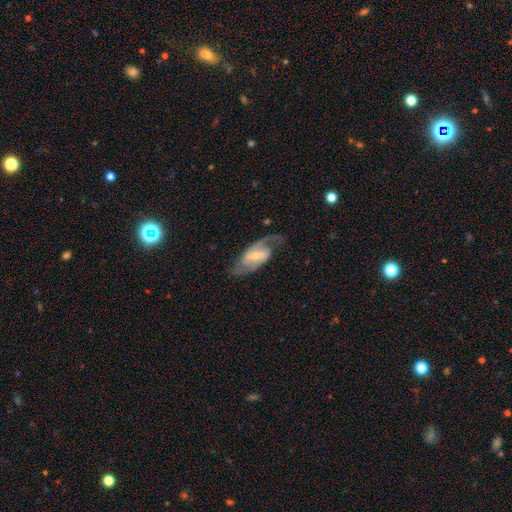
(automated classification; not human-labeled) featured or disk 86%, smooth 10%, star or artifact 5%. Down the decision tree: edge-on disk — no (95%); bar — weak (44%); spiral arms — yes (95%); spiral arm count — 2 (85%); spiral winding — medium (50%); bulge size — small (51%); merging — none (72%).